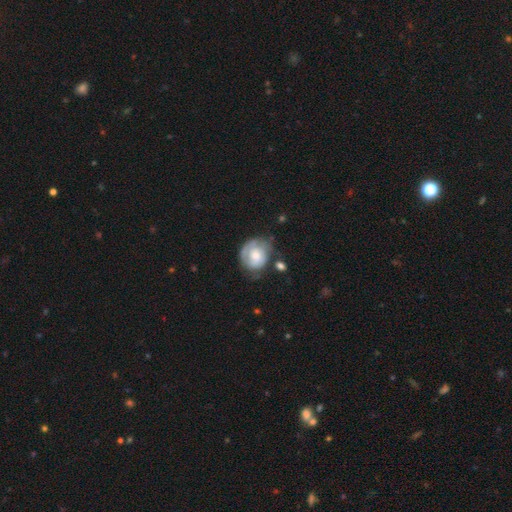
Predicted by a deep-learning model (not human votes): The model was most divided on "smooth or featured": featured or disk: 50%, smooth: 44%, star or artifact: 6%. Remaining: merging — none (50%).